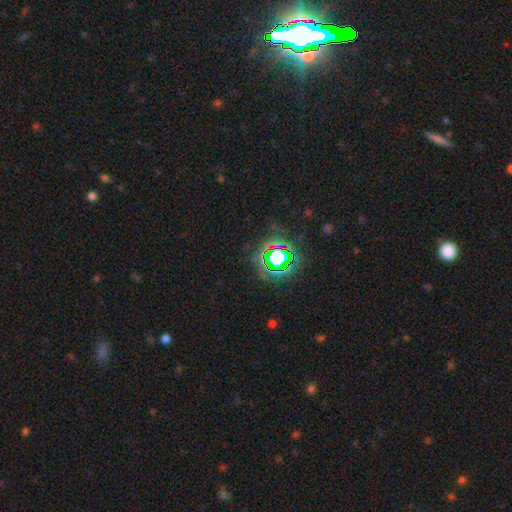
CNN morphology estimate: The model was most divided on "smooth or featured": star or artifact: 79%, smooth: 12%, featured or disk: 8%.